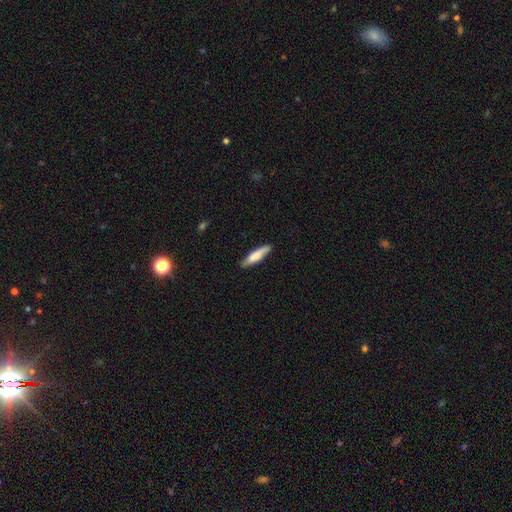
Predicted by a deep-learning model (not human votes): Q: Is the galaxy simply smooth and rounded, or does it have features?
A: smooth — 73%.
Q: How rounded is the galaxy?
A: cigar-shaped — 80%.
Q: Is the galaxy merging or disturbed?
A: none — 81%.